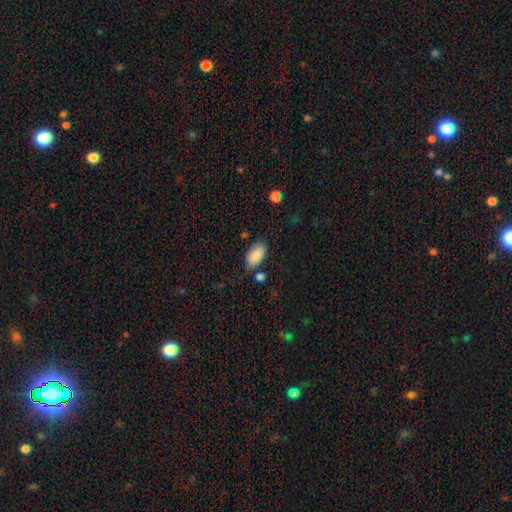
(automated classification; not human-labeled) A smooth galaxy with no disk features (87%) that is in between round and cigar-shaped (94%). Merging: none (73%).